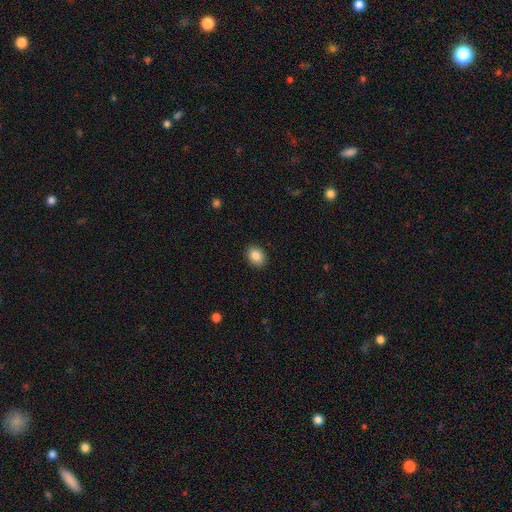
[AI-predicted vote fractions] This is clearly a smooth galaxy (87%). How rounded: possibly in between (58%). Merging: clearly none (90%).